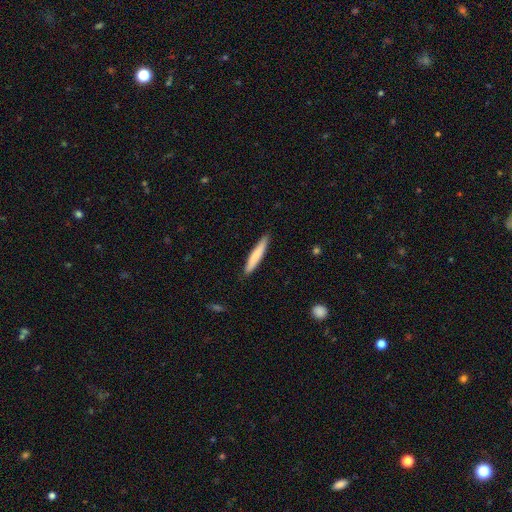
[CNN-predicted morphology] Q: Smooth or featured?
A: smooth (75%); runner-up: featured or disk (19%)
Q: How rounded?
A: cigar-shaped (93%); runner-up: in between (6%)
Q: Merging?
A: none (89%); runner-up: minor disturbance (8%)